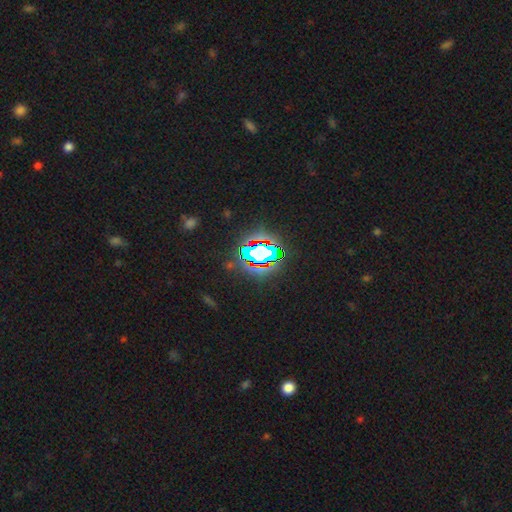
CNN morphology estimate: Overall: star or artifact (70%).